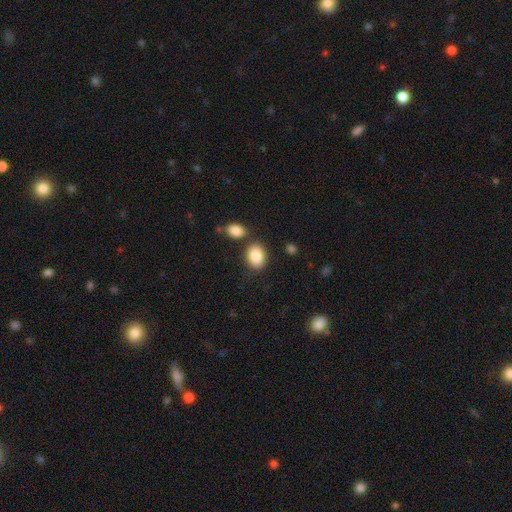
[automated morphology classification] smooth 88%, star or artifact 7%, featured or disk 5%. Down the decision tree: how rounded — in between (78%); merging — none (72%).